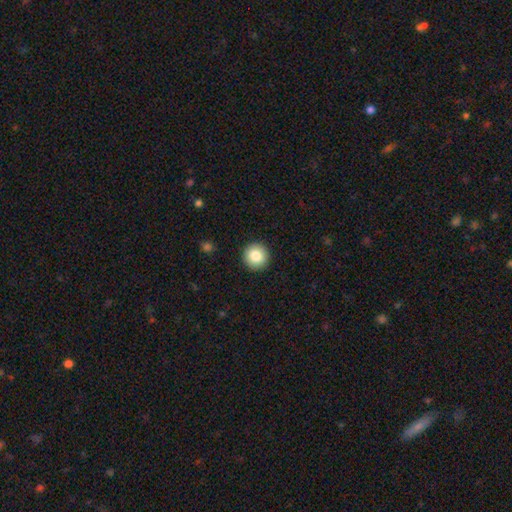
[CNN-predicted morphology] Overall: smooth (84%). How rounded: round (96%). Merging: none (93%).